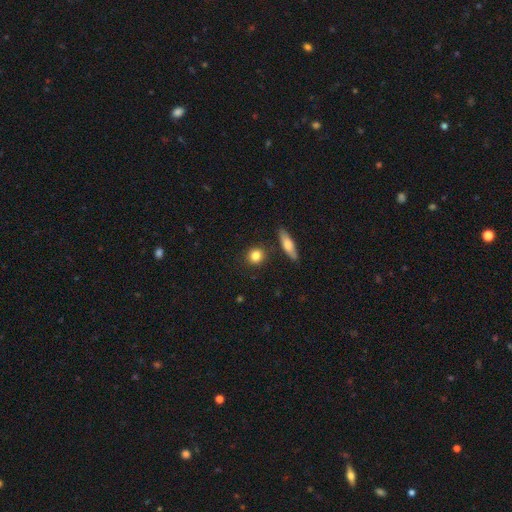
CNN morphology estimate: smooth-or-featured: smooth: 83% | featured or disk: 8% | star or artifact: 8%
  how-rounded: round: 81% | in between: 15% | cigar-shaped: 4%
  merging: none: 87% | minor disturbance: 7% | merger: 4% | major disturbance: 2%